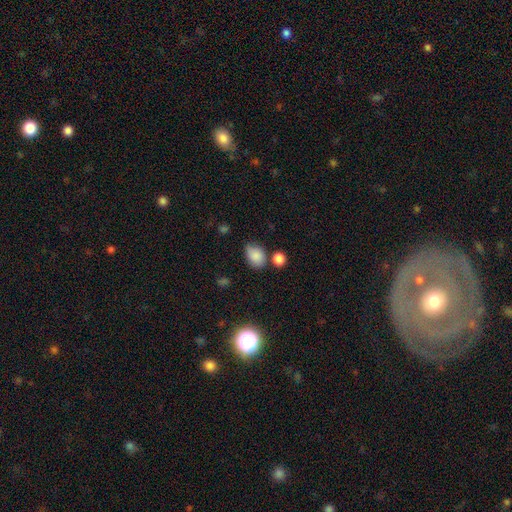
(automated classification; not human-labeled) Smooth or featured? smooth (85%)
How rounded? in between (74%)
Merging? none (61%)